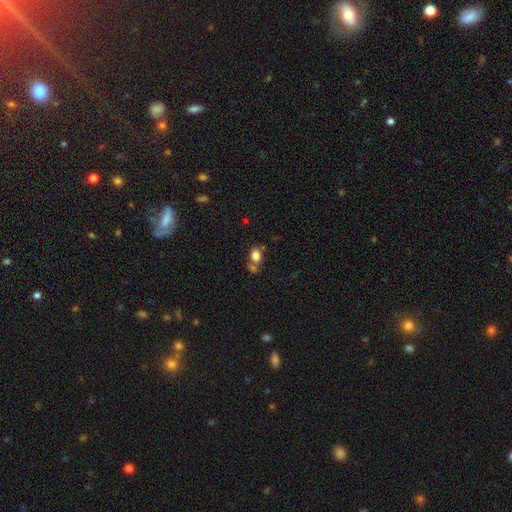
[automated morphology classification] This appears to be a smooth galaxy with no disk features (80%) that is in between round and cigar-shaped (63%). Merging: none (48%).